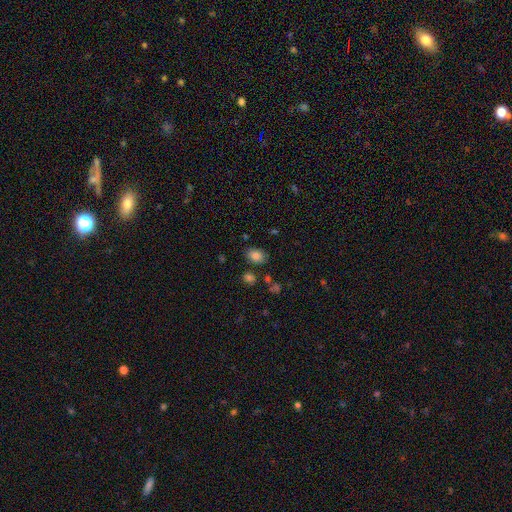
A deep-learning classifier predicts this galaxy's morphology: Smooth or featured?
  - smooth: 82% *
  - star or artifact: 11%
  - featured or disk: 7%
How rounded?
  - in between: 76% *
  - round: 23%
  - cigar-shaped: 1%
Merging?
  - none: 80% *
  - minor disturbance: 12%
  - merger: 4%
  - major disturbance: 3%